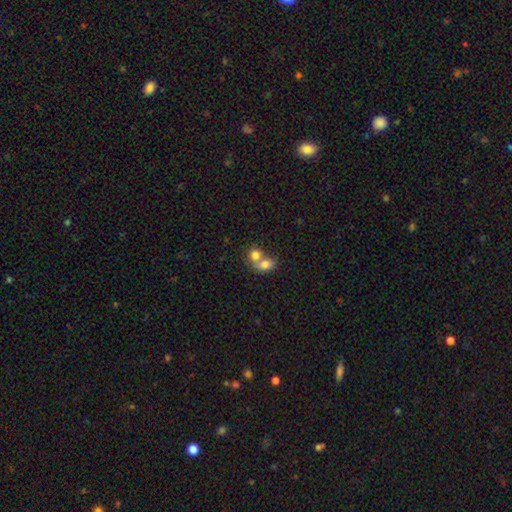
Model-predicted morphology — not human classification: Smooth or featured?
  - smooth: 78% *
  - featured or disk: 14%
  - star or artifact: 9%
How rounded?
  - round: 57% *
  - in between: 41%
  - cigar-shaped: 1%
Merging?
  - merger: 70% *
  - none: 22%
  - minor disturbance: 5%
  - major disturbance: 3%